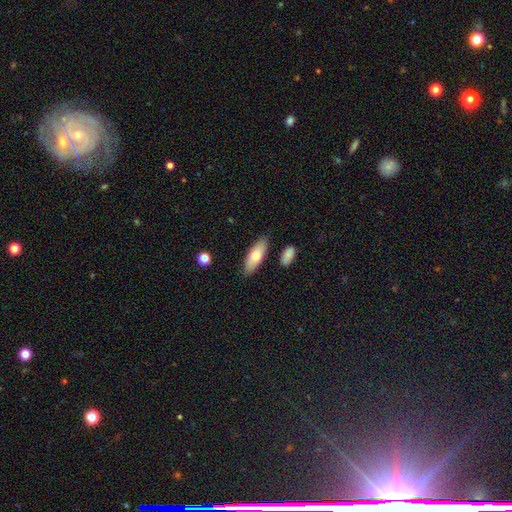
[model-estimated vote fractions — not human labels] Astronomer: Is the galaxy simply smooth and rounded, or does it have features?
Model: smooth — 75%.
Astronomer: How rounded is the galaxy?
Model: in between — 65%.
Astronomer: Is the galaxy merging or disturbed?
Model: none — 85%.